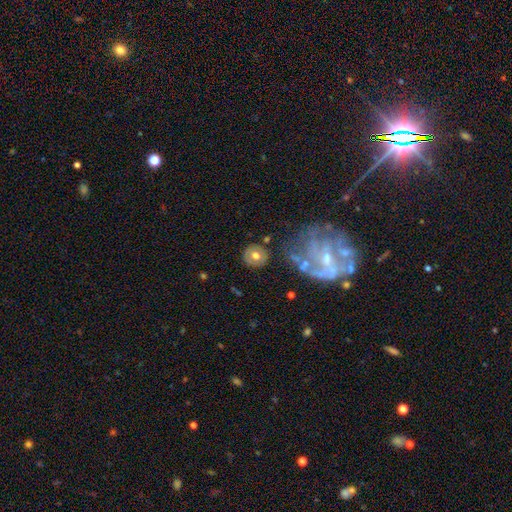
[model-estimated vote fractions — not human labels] Overall: smooth (65%; featured or disk 27%). How rounded: round (90%). Merging: none (82%).